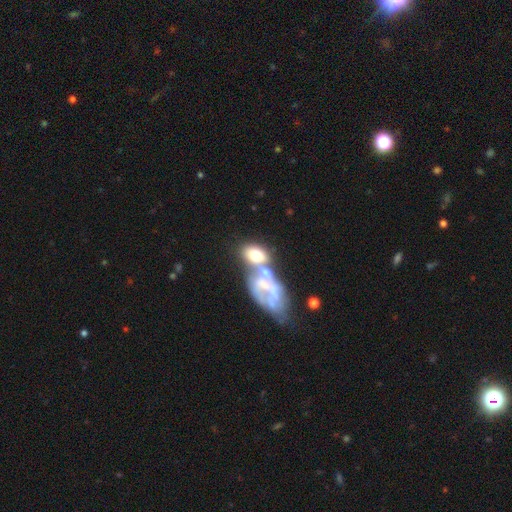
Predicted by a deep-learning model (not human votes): A smooth galaxy with no disk features (51%) that is in between round and cigar-shaped (81%).

Vote fractions:
- Smooth or featured? smooth: 51% / featured or disk: 39% / star or artifact: 10%
- How rounded? in between: 81% / round: 16% / cigar-shaped: 2%
- Merging? merger: 57% / none: 19% / major disturbance: 14% / minor disturbance: 10%